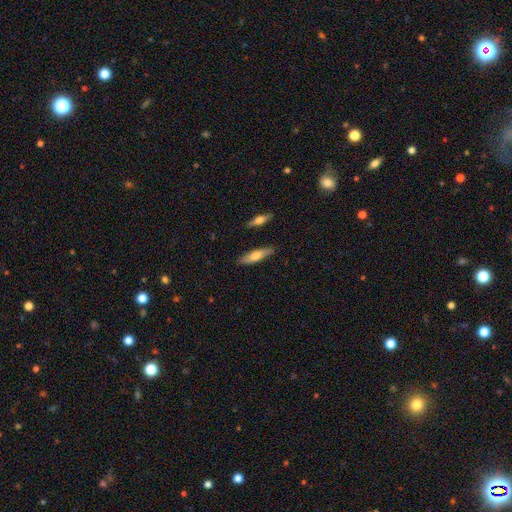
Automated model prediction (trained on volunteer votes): Smooth or featured?
  - smooth: 66% *
  - featured or disk: 28%
  - star or artifact: 6%
How rounded?
  - cigar-shaped: 66% *
  - in between: 32%
  - round: 2%
Merging?
  - none: 83% *
  - minor disturbance: 12%
  - merger: 3%
  - major disturbance: 2%